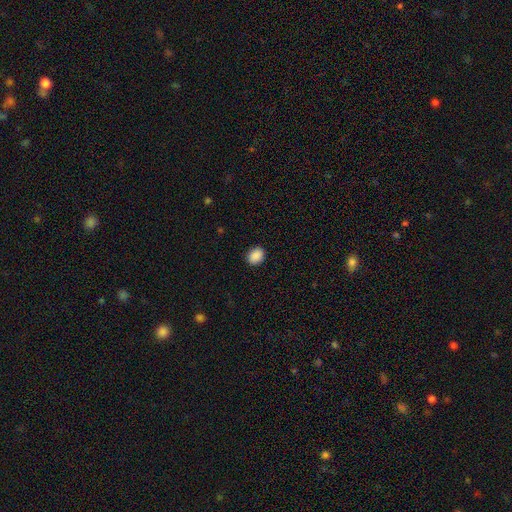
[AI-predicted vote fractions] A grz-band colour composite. It shows a smooth galaxy with no disk features (89%) that is in between round and cigar-shaped (54%). Merging: none (89%).